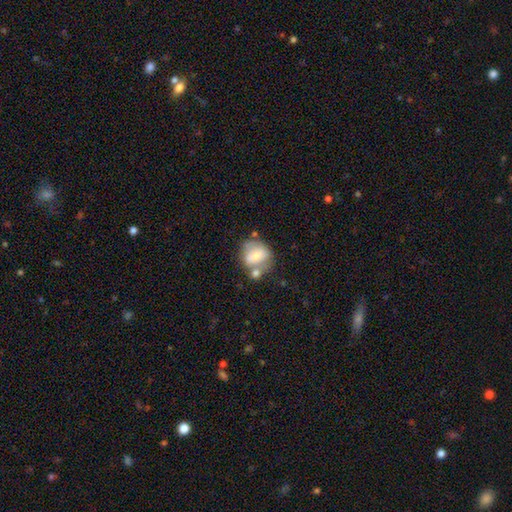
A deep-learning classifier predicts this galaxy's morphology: smooth 60%, featured or disk 32%, star or artifact 8%. Down the decision tree: how rounded — round (60%); merging — none (41%).